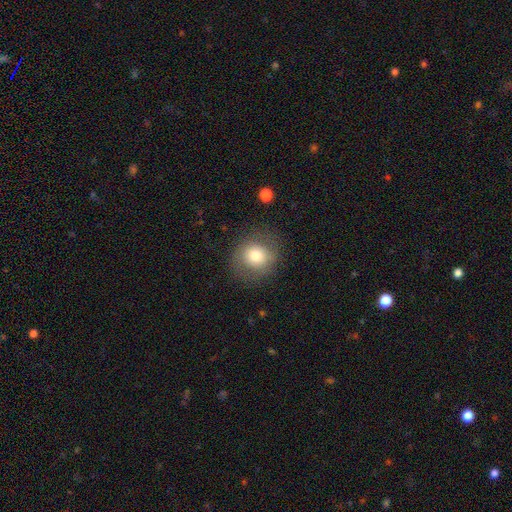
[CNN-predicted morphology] Overall: smooth (75%). How rounded: round (83%). Merging: none (80%).